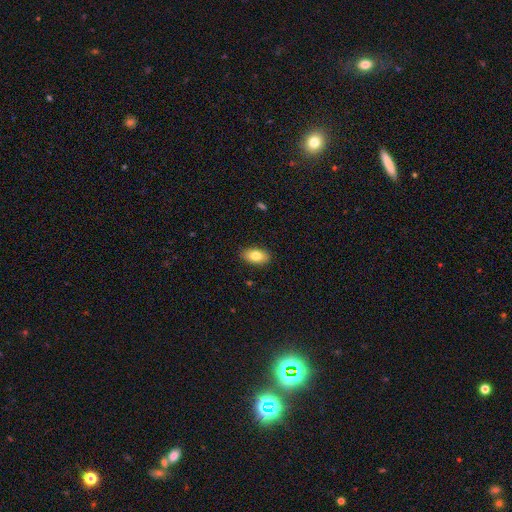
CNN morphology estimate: Smooth or featured? smooth (82%)
How rounded? in between (93%)
Merging? none (89%)